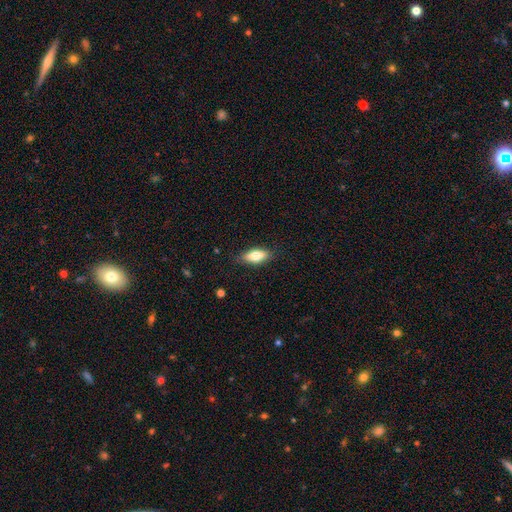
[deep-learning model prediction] Smooth or featured?
  - smooth: 74% *
  - featured or disk: 19%
  - star or artifact: 7%
How rounded?
  - in between: 79% *
  - cigar-shaped: 18%
  - round: 3%
Merging?
  - none: 84% *
  - minor disturbance: 12%
  - major disturbance: 2%
  - merger: 1%